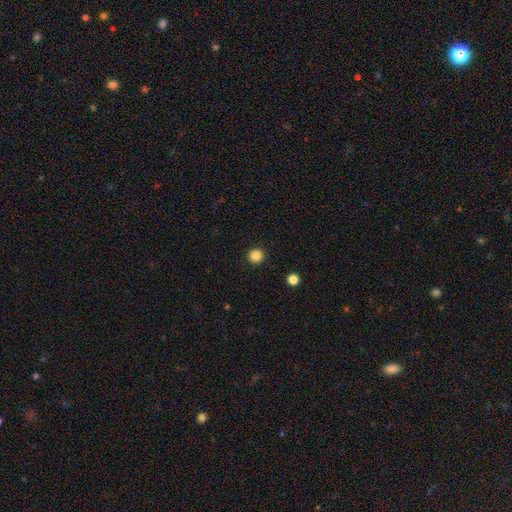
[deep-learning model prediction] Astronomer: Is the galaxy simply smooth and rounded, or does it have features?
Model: smooth — 85%.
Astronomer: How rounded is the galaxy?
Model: round — 95%.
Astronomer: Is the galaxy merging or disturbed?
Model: none — 93%.